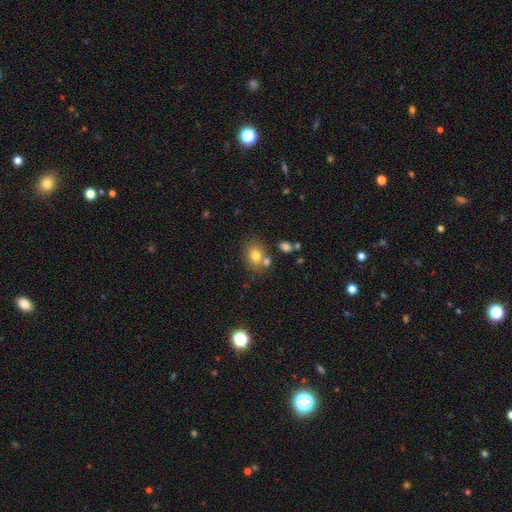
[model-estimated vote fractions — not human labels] Overall: smooth (76%). How rounded: round (55%; in between 44%). Merging: none (61%; merger 23%).